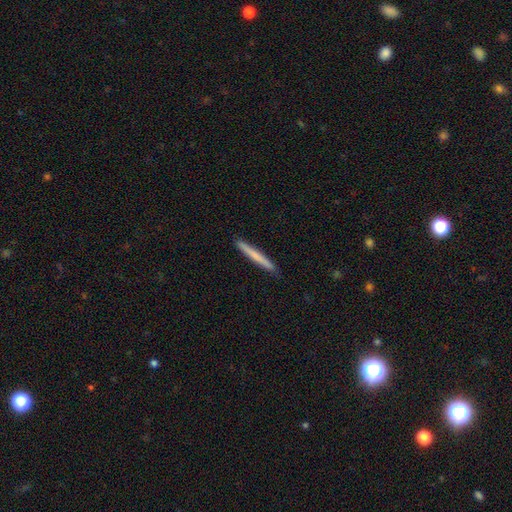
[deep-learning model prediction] This is likely a smooth galaxy (66%). How rounded: clearly cigar-shaped (97%). Merging: clearly none (92%).